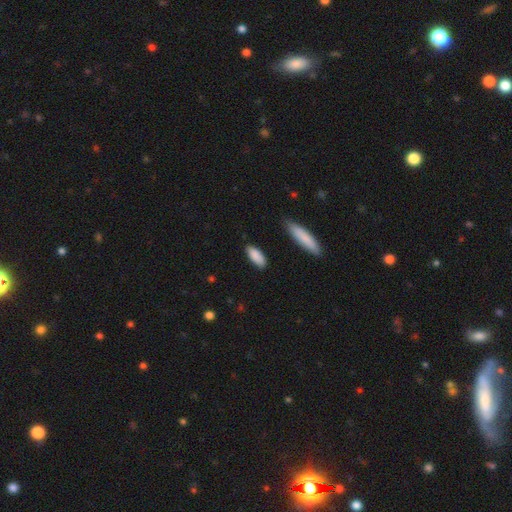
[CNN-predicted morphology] Smooth or featured?
  - smooth: 88% *
  - star or artifact: 6%
  - featured or disk: 6%
How rounded?
  - in between: 79% *
  - cigar-shaped: 19%
  - round: 2%
Merging?
  - none: 83% *
  - minor disturbance: 13%
  - major disturbance: 2%
  - merger: 2%